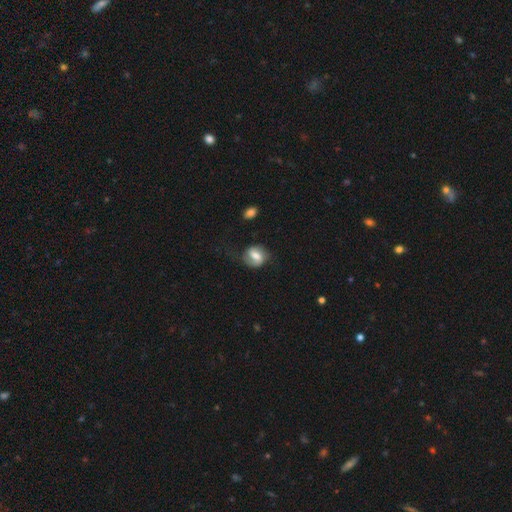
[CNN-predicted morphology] smooth 47%, featured or disk 46%, star or artifact 8%. Down the decision tree: merging — none (60%).